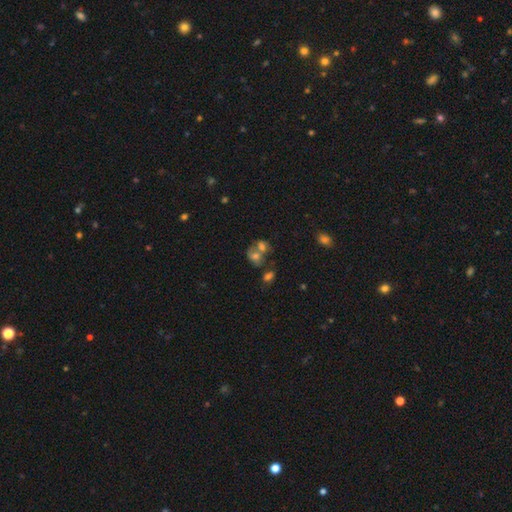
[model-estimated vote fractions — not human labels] This appears to be a smooth galaxy with no disk features (53%) that is in between round and cigar-shaped (58%). Merging: merger (53%).